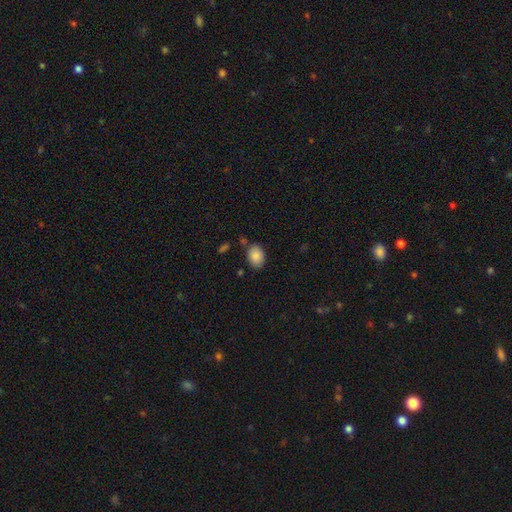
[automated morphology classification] type=smooth (86%); roundness=in between (77%); merging=none (76%).